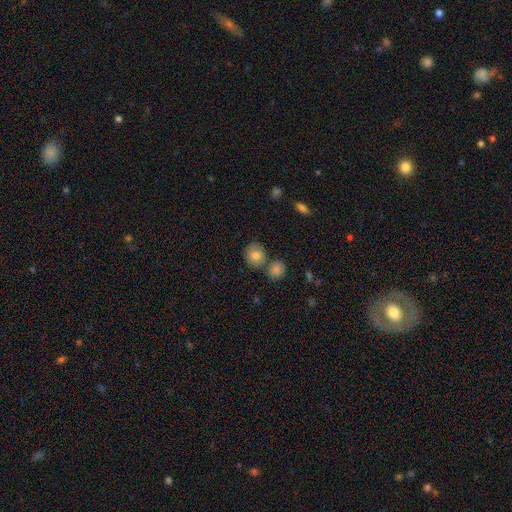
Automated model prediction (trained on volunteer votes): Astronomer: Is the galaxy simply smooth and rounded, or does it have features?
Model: smooth — 81%.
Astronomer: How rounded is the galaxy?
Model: round — 79%.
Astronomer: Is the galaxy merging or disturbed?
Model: none — 63%.